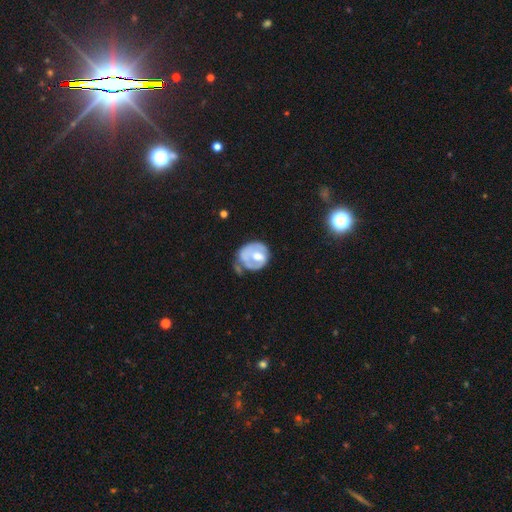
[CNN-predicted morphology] Smooth or featured: featured or disk — 53% (smooth — 40%)
Edge-on disk: no — 97% (yes — 3%)
Bar: no — 67% (weak — 26%)
Spiral arms: no — 60% (yes — 40%)
Bulge size: moderate — 55% (large — 22%)
Merging: none — 39% (minor disturbance — 31%)